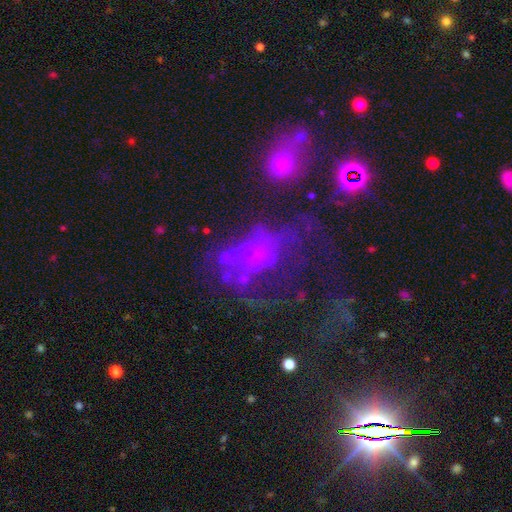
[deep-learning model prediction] Smooth or featured? featured or disk (58%)
Edge-on disk? no (97%)
Bar? no (83%)
Spiral arms? no (79%)
Bulge size? small (35%)
Merging? major disturbance (36%)